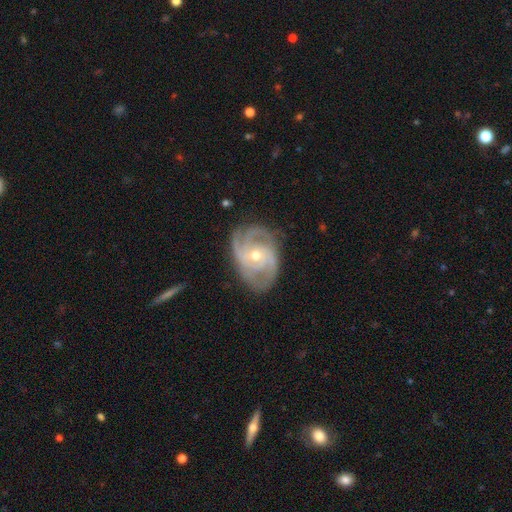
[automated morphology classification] Overall: featured or disk (89%). Edge-on disk: no (97%). Bar: no (65%; weak 28%). Spiral arms: yes (97%). Spiral arm count: 3 (49%; 2 18%). Spiral winding: tight (54%; medium 39%). Bulge size: moderate (54%; small 43%). Merging: none (75%).